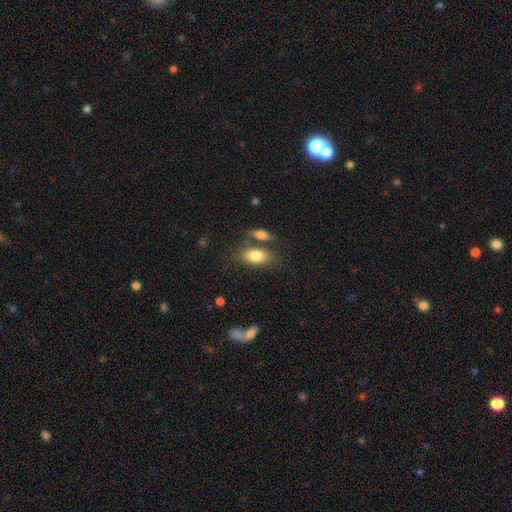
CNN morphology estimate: The model was most divided on "merging": none: 56%, merger: 25%, minor disturbance: 14%, major disturbance: 5%. More confident: how rounded — in between (90%); smooth or featured — smooth (82%).